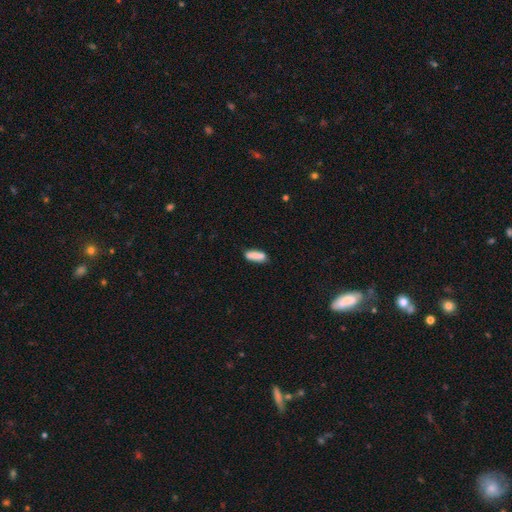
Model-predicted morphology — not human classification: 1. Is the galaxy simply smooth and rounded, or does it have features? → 85% smooth, 8% featured or disk, 7% star or artifact.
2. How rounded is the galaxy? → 54% in between, 44% cigar-shaped, 2% round.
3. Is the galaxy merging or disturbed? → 75% none, 17% minor disturbance, 5% merger, 3% major disturbance.